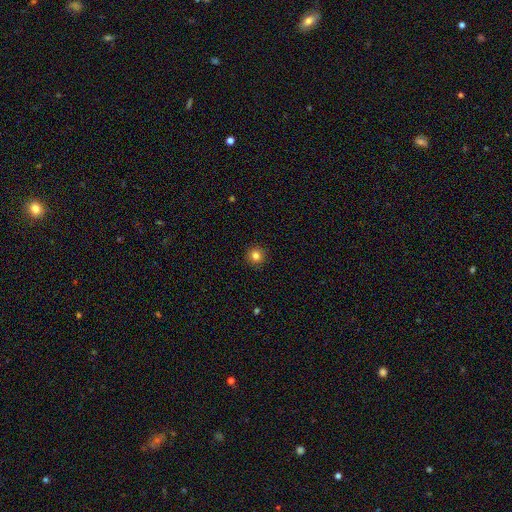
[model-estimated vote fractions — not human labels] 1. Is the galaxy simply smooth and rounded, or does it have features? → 83% smooth, 12% star or artifact, 6% featured or disk.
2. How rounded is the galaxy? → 94% round, 5% in between, 1% cigar-shaped.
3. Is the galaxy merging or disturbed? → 92% none, 5% minor disturbance, 2% major disturbance, 1% merger.